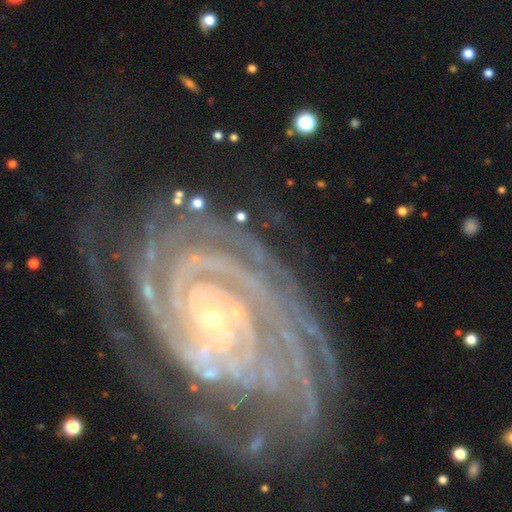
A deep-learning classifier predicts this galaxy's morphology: The model was most divided on "spiral arm count": 2: 23%, 4: 18%, 3: 18%, more than 4: 17%, can't tell: 15%, 1: 9%. More confident: spiral arms — yes (99%); edge-on disk — no (97%); smooth or featured — featured or disk (92%); bulge size — small (85%); spiral winding — tight (82%); bar — no (68%); merging — none (63%).